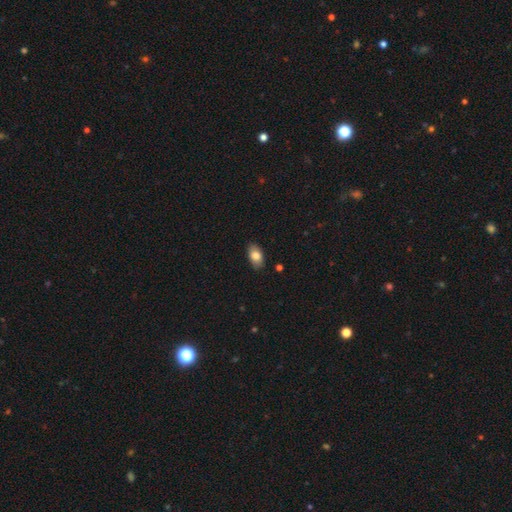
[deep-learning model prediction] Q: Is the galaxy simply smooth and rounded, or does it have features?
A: smooth — 81%.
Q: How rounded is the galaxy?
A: in between — 91%.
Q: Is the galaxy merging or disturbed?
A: none — 86%.